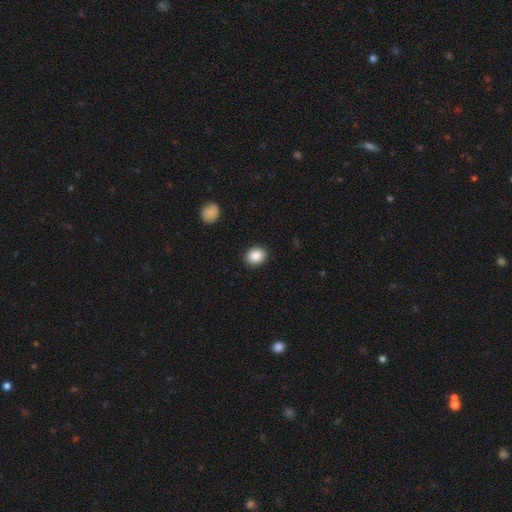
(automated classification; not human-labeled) Smooth or featured: smooth — 88% (star or artifact — 8%)
How rounded: round — 55% (in between — 44%)
Merging: none — 90% (minor disturbance — 7%)